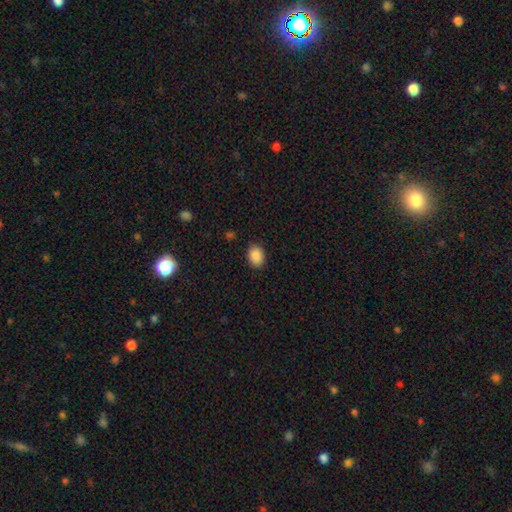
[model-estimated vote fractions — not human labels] Overall: smooth (89%). How rounded: in between (73%). Merging: none (87%).